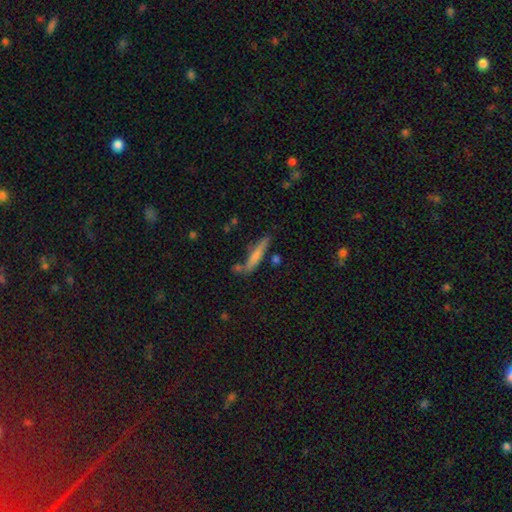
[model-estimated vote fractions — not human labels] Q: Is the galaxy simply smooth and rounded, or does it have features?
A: smooth — 68%.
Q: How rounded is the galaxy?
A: cigar-shaped — 89%.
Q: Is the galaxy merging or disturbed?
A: none — 69%.